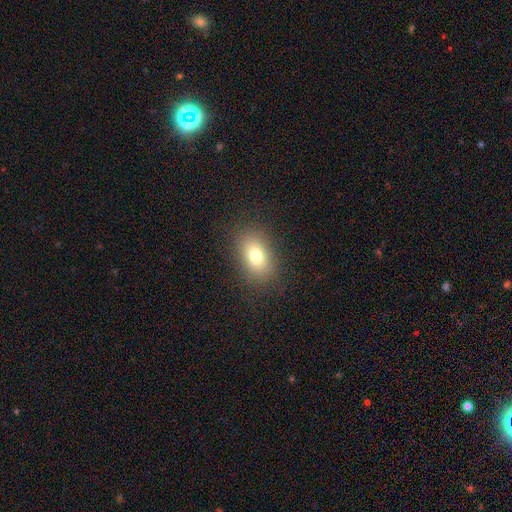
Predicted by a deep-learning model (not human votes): The model was most divided on "how rounded": in between: 79%, round: 19%, cigar-shaped: 2%. More confident: merging — none (85%); smooth or featured — smooth (76%).